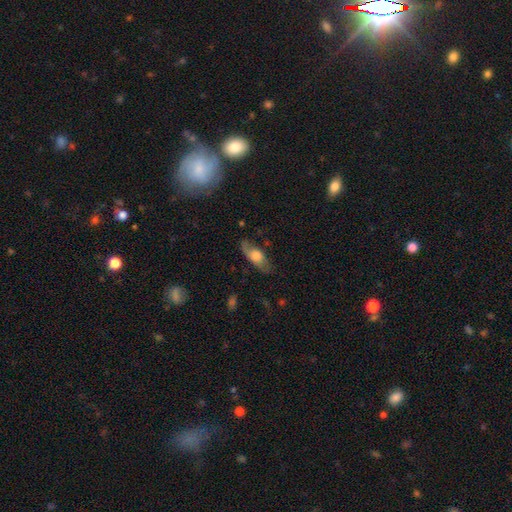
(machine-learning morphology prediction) Q: Smooth or featured?
A: smooth (54%); runner-up: featured or disk (39%)
Q: How rounded?
A: in between (75%); runner-up: cigar-shaped (20%)
Q: Merging?
A: none (65%); runner-up: minor disturbance (23%)